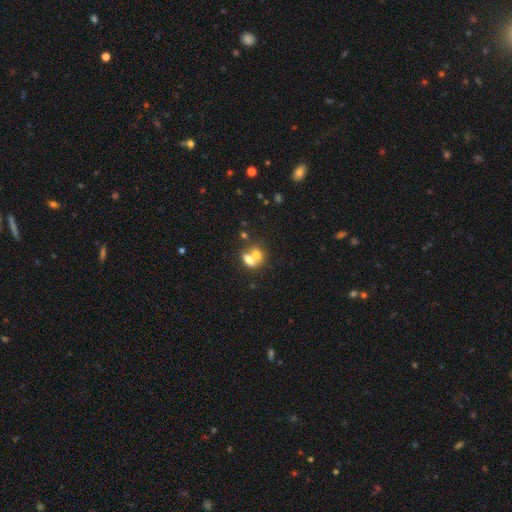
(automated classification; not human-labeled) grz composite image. It shows a smooth galaxy with no disk features (68%) that is in between round and cigar-shaped (70%). Merging: merger (66%).